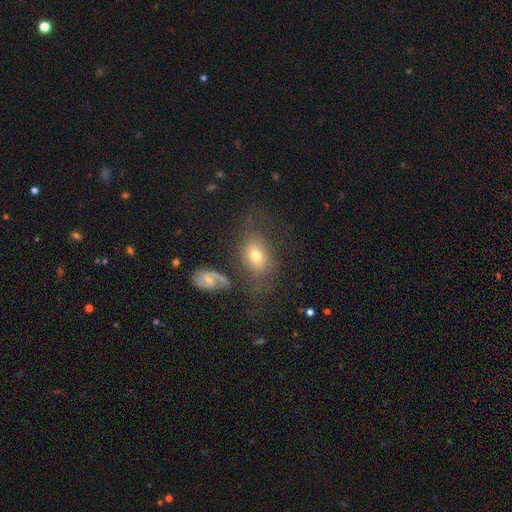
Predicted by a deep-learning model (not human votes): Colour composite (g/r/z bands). It shows a smooth galaxy with no disk features (62%) that is in between round and cigar-shaped (76%). Merging: none (53%).